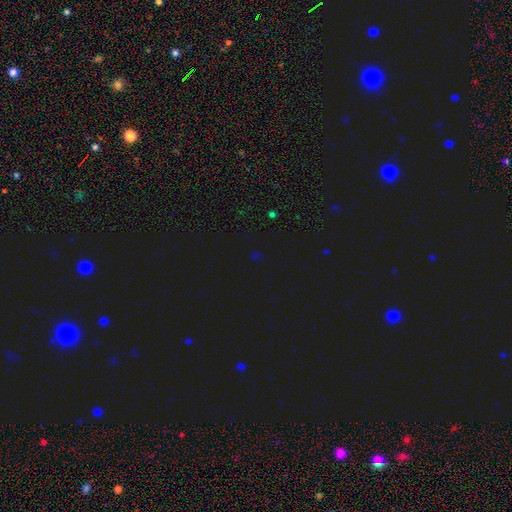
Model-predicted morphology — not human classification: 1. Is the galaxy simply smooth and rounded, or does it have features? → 72% star or artifact, 22% smooth, 6% featured or disk.